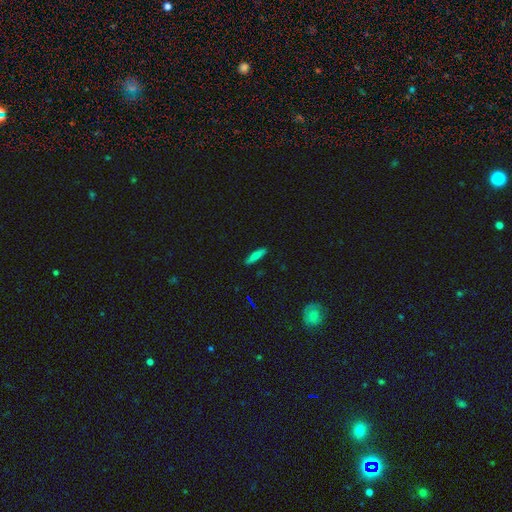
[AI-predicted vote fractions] Smooth or featured? Predicted: smooth (p=0.72). How rounded? Predicted: cigar-shaped (p=0.78). Merging? Predicted: none (p=0.88).